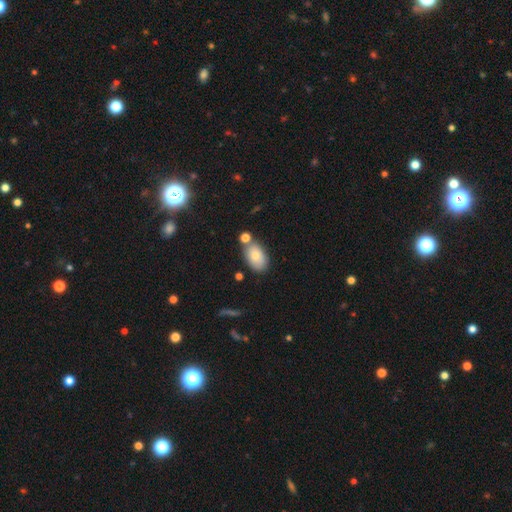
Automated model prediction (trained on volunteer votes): A smooth galaxy with no disk features (77%) that is in between round and cigar-shaped (91%). Merging: none (66%).